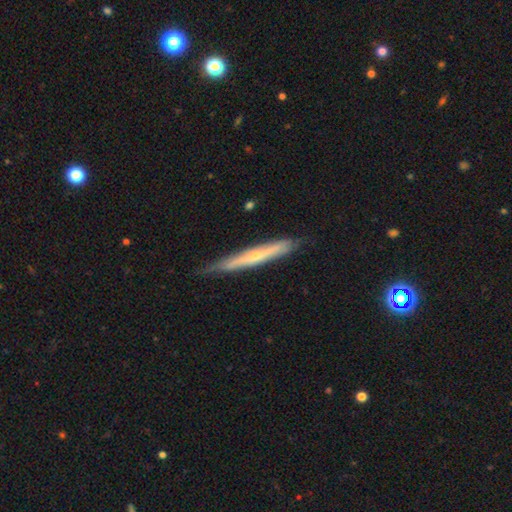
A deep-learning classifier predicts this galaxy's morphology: Overall: featured or disk (62%; smooth 32%). Edge-on disk: yes (92%). Edge-on bulge: rounded (63%; none 33%). Merging: none (77%).